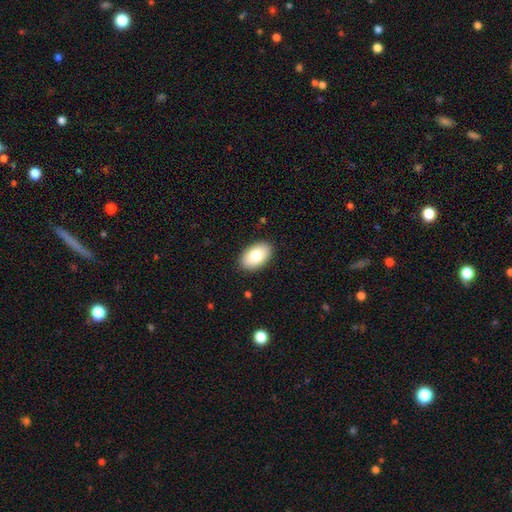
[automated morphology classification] smooth_or_featured: smooth (p=0.81) [alt: featured or disk p=0.12]
how_rounded: in between (p=0.94) [alt: round p=0.05]
merging: none (p=0.89) [alt: minor disturbance p=0.08]